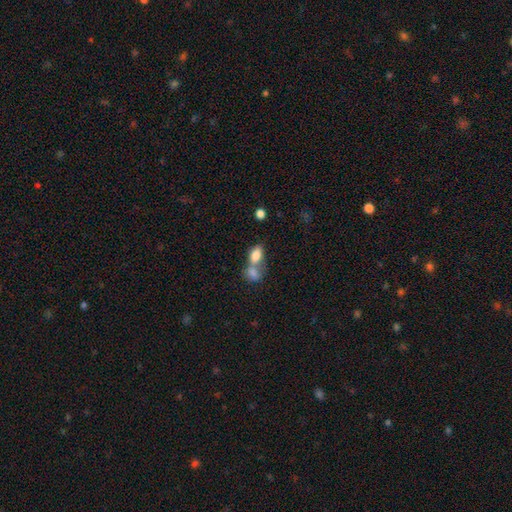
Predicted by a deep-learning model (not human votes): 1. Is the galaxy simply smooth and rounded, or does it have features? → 81% smooth, 11% featured or disk, 9% star or artifact.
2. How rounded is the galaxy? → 84% in between, 13% round, 3% cigar-shaped.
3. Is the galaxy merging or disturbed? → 61% merger, 26% none, 8% minor disturbance, 5% major disturbance.